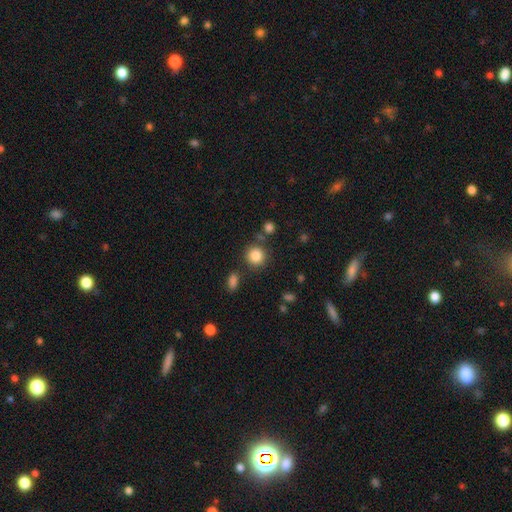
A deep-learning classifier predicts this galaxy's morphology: The model was most divided on "merging": none: 80%, minor disturbance: 9%, merger: 7%, major disturbance: 4%. More confident: how rounded — round (90%); smooth or featured — smooth (85%).